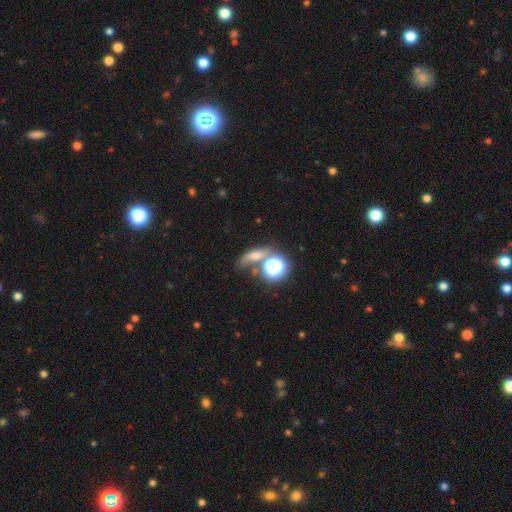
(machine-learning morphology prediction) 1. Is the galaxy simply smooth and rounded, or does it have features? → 48% smooth, 28% star or artifact, 24% featured or disk.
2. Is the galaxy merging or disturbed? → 55% none, 20% merger, 15% minor disturbance, 10% major disturbance.